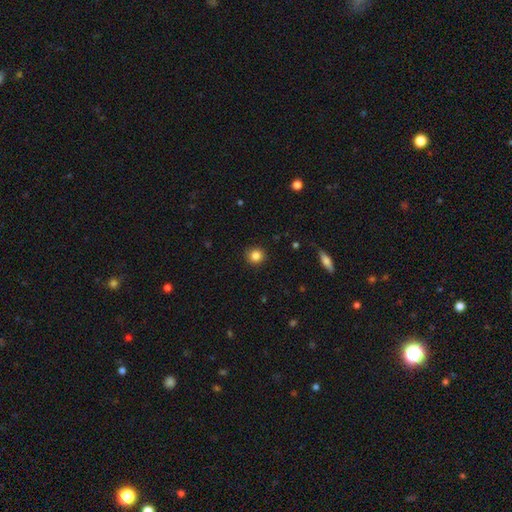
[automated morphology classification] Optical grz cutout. It shows a smooth galaxy with no disk features (85%) that is round (91%). Merging: none (90%).